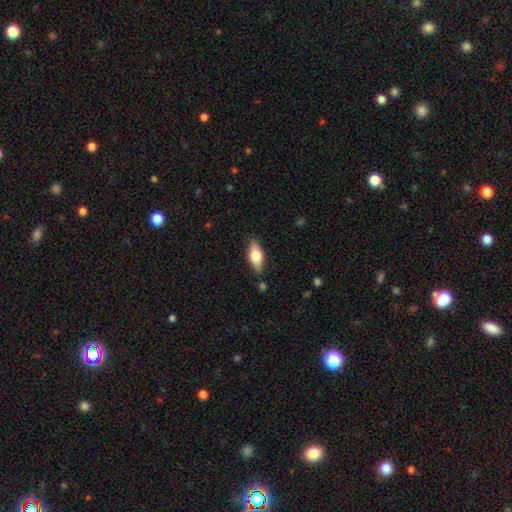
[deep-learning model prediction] Smooth or featured? smooth (70%)
How rounded? in between (84%)
Merging? none (82%)